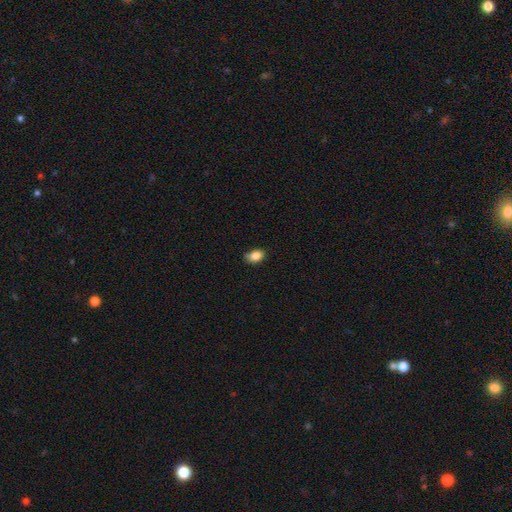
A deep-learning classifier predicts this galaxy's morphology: Q: Smooth or featured?
A: smooth (86%); runner-up: star or artifact (9%)
Q: How rounded?
A: in between (79%); runner-up: round (19%)
Q: Merging?
A: none (70%); runner-up: minor disturbance (25%)